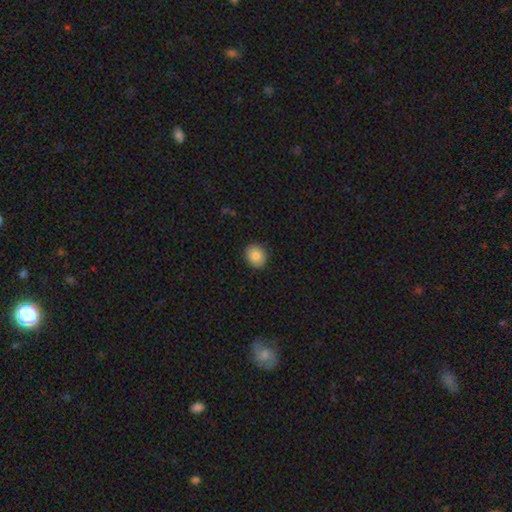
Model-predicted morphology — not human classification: type=smooth (85%); roundness=round (70%); merging=none (90%).